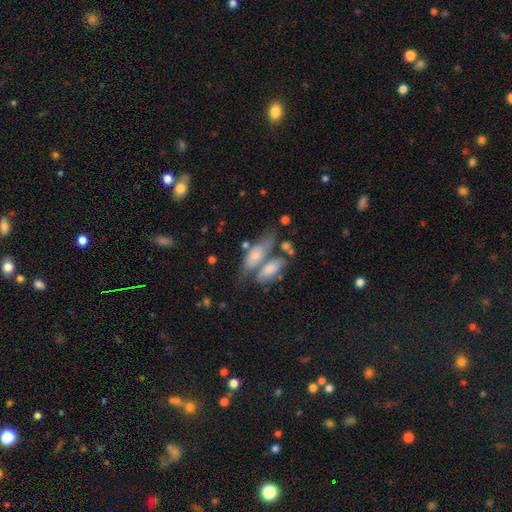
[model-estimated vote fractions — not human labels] smooth-or-featured: smooth: 63% | featured or disk: 31% | star or artifact: 7%
  how-rounded: in between: 70% | cigar-shaped: 26% | round: 4%
  merging: merger: 46% | none: 30% | minor disturbance: 16% | major disturbance: 9%